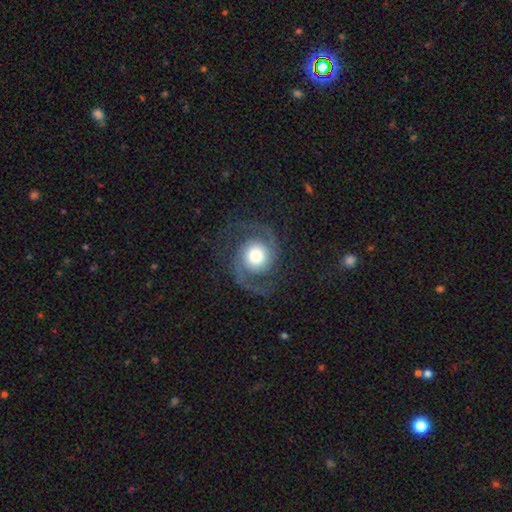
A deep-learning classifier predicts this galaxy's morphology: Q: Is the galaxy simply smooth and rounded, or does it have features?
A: featured or disk — 87%.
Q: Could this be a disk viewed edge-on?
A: no — 98%.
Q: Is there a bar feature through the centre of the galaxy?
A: no — 75%.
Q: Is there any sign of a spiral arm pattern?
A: yes — 98%.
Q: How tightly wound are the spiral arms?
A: medium — 53%.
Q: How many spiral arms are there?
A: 2 — 93%.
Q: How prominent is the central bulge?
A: moderate — 43%.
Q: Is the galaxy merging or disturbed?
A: none — 78%.